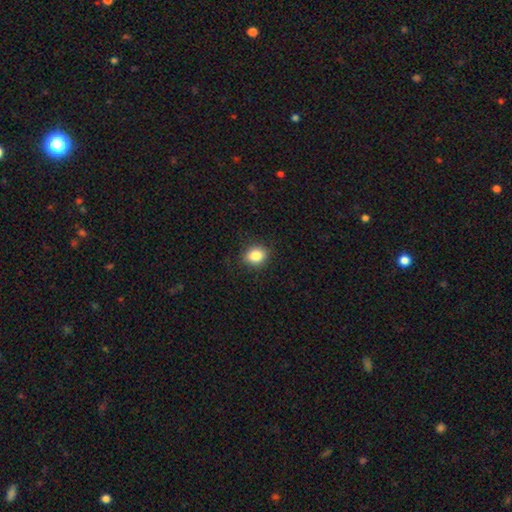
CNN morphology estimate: smooth 86%, star or artifact 10%, featured or disk 5%. Down the decision tree: how rounded — round (54%); merging — none (87%).